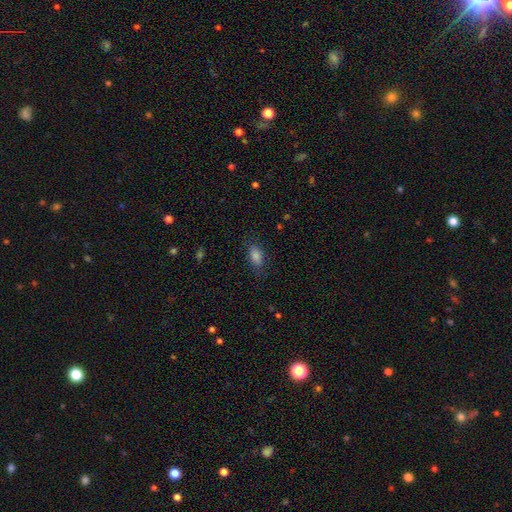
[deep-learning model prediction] smooth_or_featured: smooth (p=0.75) [alt: star or artifact p=0.15]
how_rounded: in between (p=0.85) [alt: cigar-shaped p=0.07]
merging: none (p=0.80) [alt: minor disturbance p=0.14]